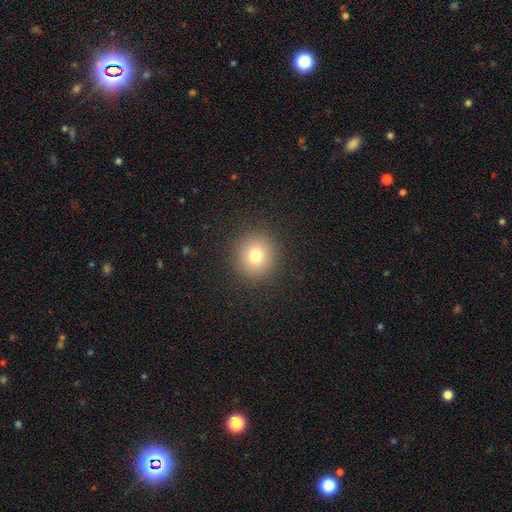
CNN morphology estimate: This is likely a smooth galaxy (77%). How rounded: clearly round (90%). Merging: clearly none (91%).